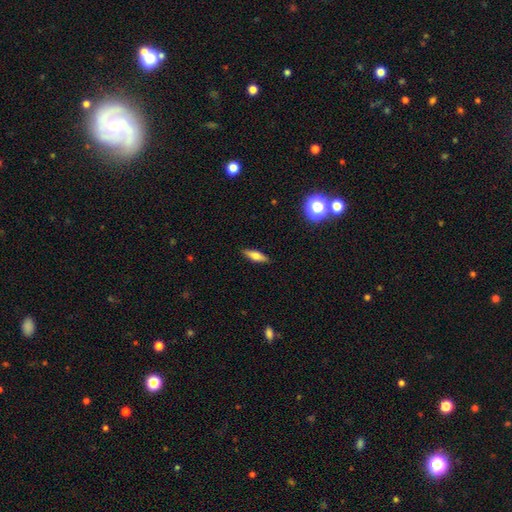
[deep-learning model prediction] smooth_or_featured: smooth (p=0.62) [alt: featured or disk p=0.30]
how_rounded: cigar-shaped (p=0.51) [alt: in between p=0.46]
merging: none (p=0.88) [alt: minor disturbance p=0.09]